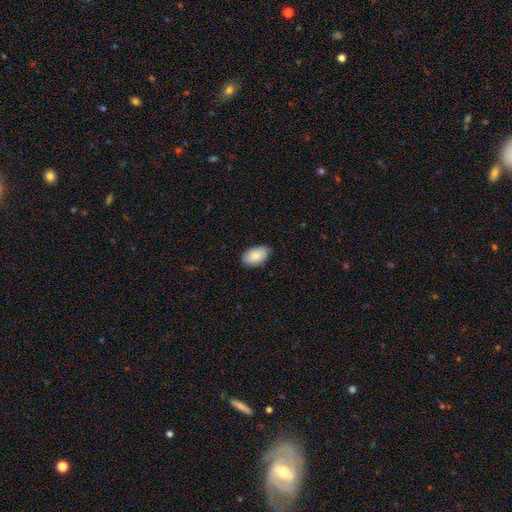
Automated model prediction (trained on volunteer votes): smooth 87%, featured or disk 7%, star or artifact 6%. Down the decision tree: how rounded — in between (93%); merging — none (83%).